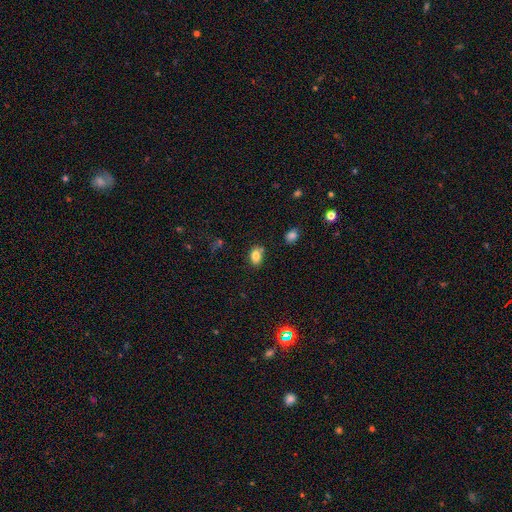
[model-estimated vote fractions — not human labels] Smooth or featured? Predicted: smooth (p=0.81). How rounded? Predicted: in between (p=0.80). Merging? Predicted: none (p=0.69).